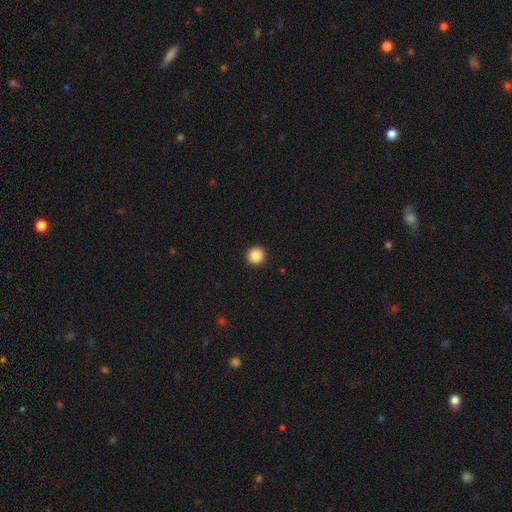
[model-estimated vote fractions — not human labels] A smooth galaxy with no disk features (86%) that is round (95%).

Vote fractions:
- Smooth or featured? smooth: 86% / star or artifact: 10% / featured or disk: 4%
- How rounded? round: 95% / in between: 4% / cigar-shaped: 1%
- Merging? none: 94% / minor disturbance: 4% / major disturbance: 1% / merger: 1%